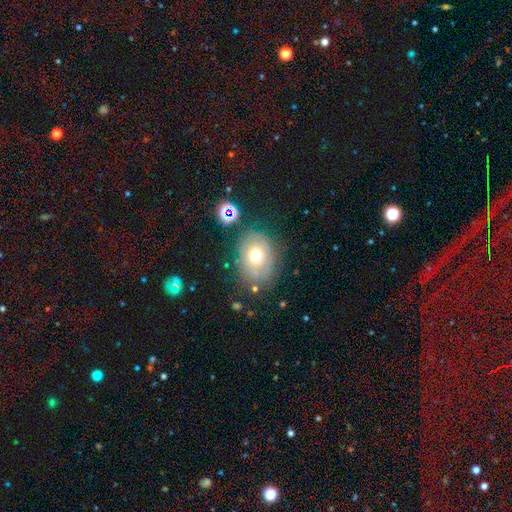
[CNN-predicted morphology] Smooth or featured? Predicted: smooth (p=0.57). How rounded? Predicted: in between (p=0.62). Merging? Predicted: none (p=0.70).